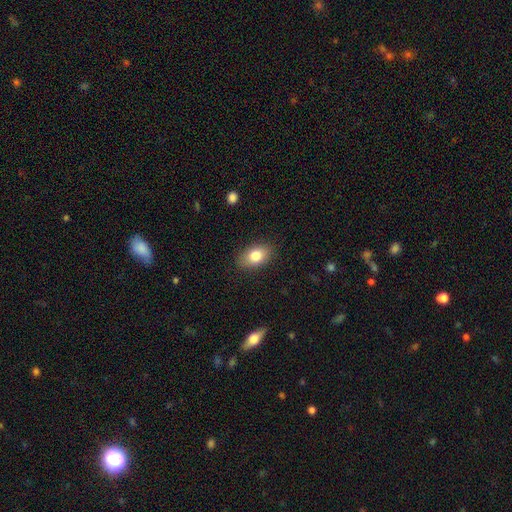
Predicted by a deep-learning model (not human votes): Morphology: type=smooth (81%); roundness=in between (87%); merging=none (86%).